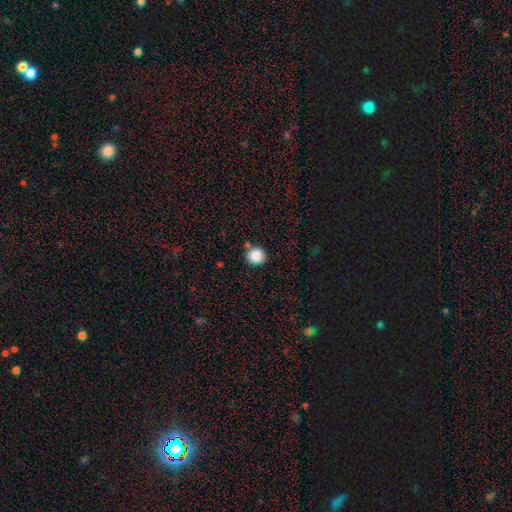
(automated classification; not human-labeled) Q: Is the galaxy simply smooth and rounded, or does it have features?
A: smooth — 86%.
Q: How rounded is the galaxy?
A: round — 93%.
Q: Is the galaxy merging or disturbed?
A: none — 80%.